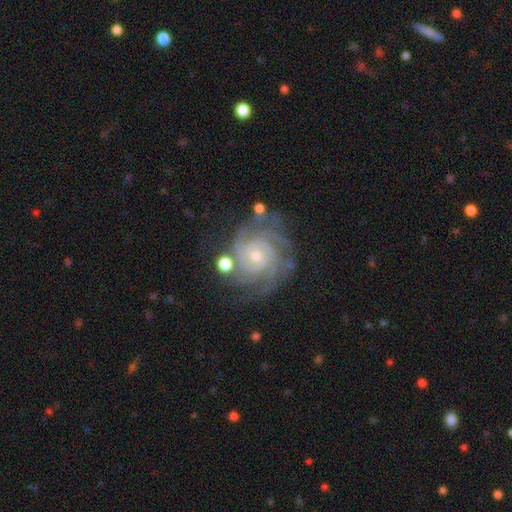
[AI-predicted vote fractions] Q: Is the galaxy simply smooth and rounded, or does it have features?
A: featured or disk — 91%.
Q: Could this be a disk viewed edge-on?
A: no — 98%.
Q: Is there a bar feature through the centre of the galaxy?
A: no — 71%.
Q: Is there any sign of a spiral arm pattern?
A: yes — 98%.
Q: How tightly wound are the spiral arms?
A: tight — 78%.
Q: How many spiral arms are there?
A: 3 — 29%, tied with 4.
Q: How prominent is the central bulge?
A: small — 67%.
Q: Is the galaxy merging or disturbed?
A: none — 71%.